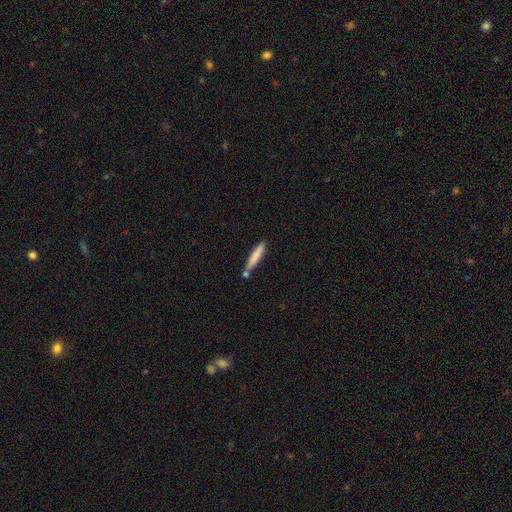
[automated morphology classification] smooth-or-featured: smooth: 78% | featured or disk: 16% | star or artifact: 6%
  how-rounded: cigar-shaped: 92% | in between: 7% | round: 1%
  merging: none: 66% | merger: 16% | minor disturbance: 15% | major disturbance: 3%